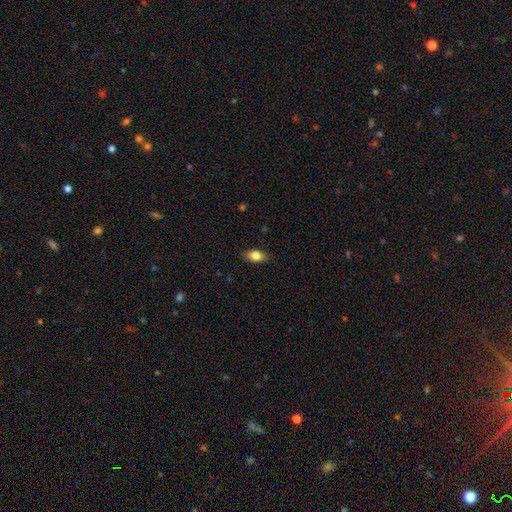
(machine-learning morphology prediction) A smooth galaxy with no disk features (81%) that is in between round and cigar-shaped (89%).

Vote fractions:
- Smooth or featured? smooth: 81% / featured or disk: 11% / star or artifact: 8%
- How rounded? in between: 89% / round: 6% / cigar-shaped: 5%
- Merging? none: 86% / minor disturbance: 11% / major disturbance: 2% / merger: 1%